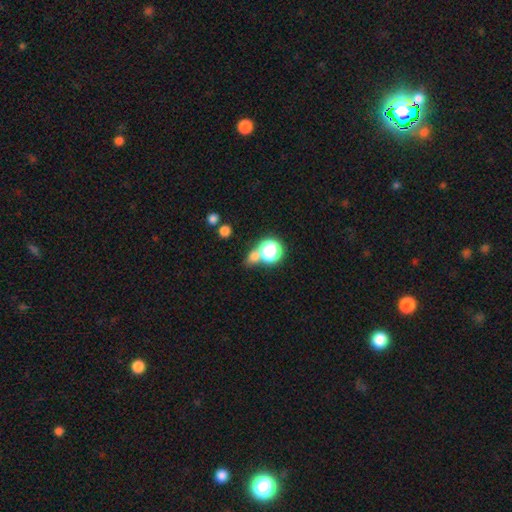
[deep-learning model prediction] A smooth galaxy with no disk features (66%) that is round (71%).

Vote fractions:
- Smooth or featured? smooth: 66% / star or artifact: 25% / featured or disk: 9%
- How rounded? round: 71% / in between: 26% / cigar-shaped: 3%
- Merging? none: 54% / merger: 29% / minor disturbance: 10% / major disturbance: 6%